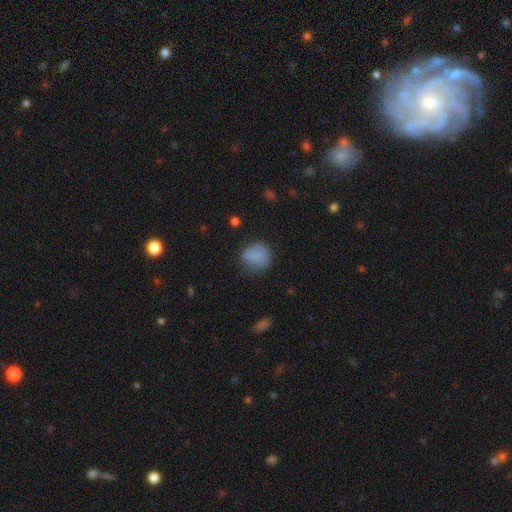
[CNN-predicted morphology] Overall: smooth (82%). How rounded: round (80%). Merging: none (68%).